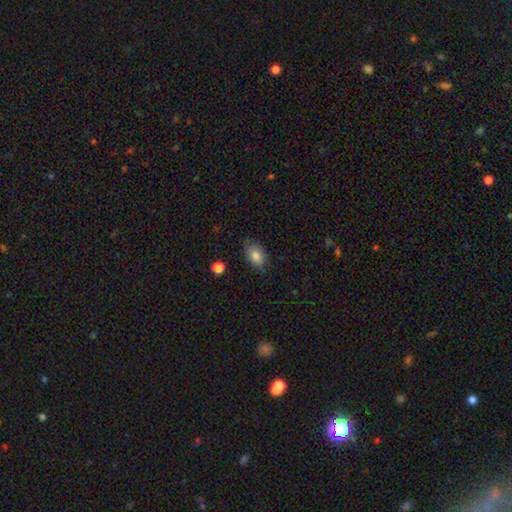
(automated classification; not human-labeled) This is clearly a smooth galaxy (84%). How rounded: clearly in between (87%). Merging: likely none (75%).